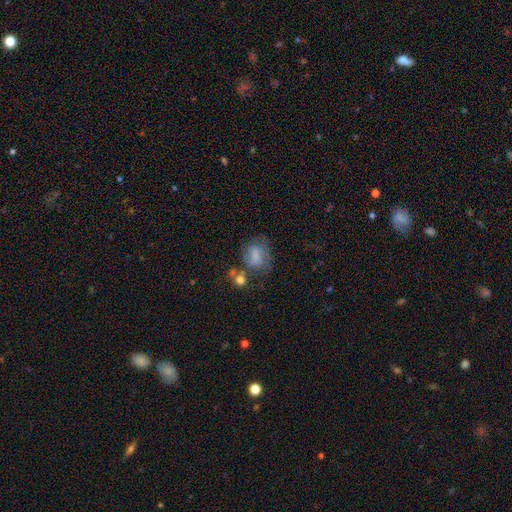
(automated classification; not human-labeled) Morphology: type=smooth (61%); roundness=in between (55%); merging=none (42%).